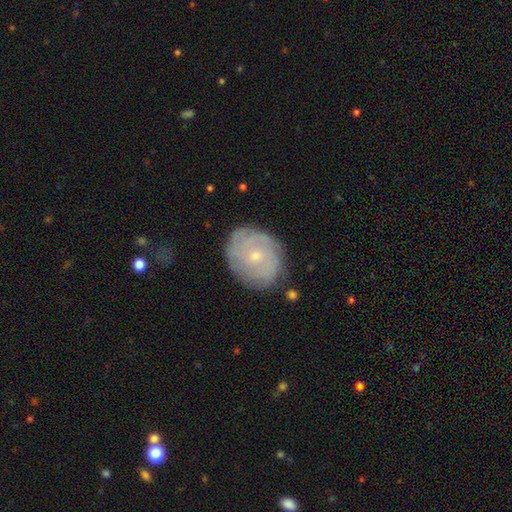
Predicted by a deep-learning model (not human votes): Smooth or featured? featured or disk (68%)
Edge-on disk? no (97%)
Bar? no (75%)
Spiral arms? yes (87%)
Spiral winding? tight (69%)
Spiral arm count? can't tell (44%)
Bulge size? small (65%)
Merging? none (81%)